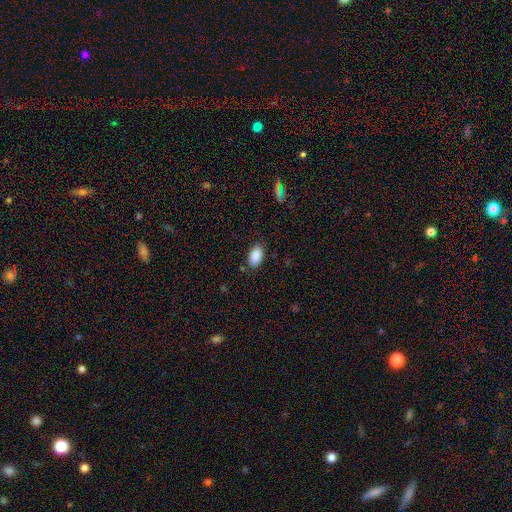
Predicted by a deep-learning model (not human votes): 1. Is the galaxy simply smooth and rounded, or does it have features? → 89% smooth, 7% star or artifact, 4% featured or disk.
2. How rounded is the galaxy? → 93% in between, 5% round, 2% cigar-shaped.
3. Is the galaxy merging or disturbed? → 84% none, 12% minor disturbance, 3% major disturbance, 1% merger.